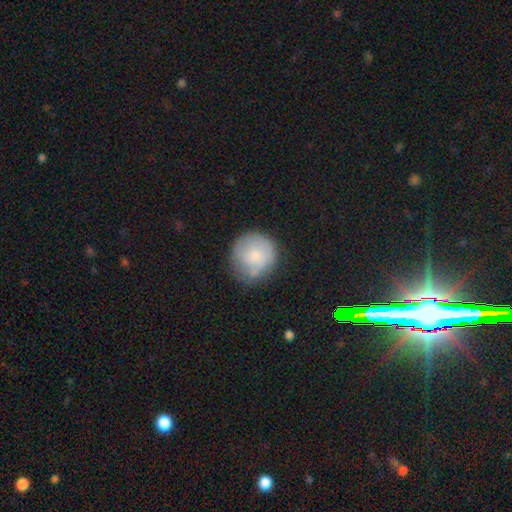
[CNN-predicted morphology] The model was most divided on "merging": none: 61%, minor disturbance: 26%, major disturbance: 9%, merger: 4%. More confident: how rounded — round (89%); smooth or featured — smooth (64%).